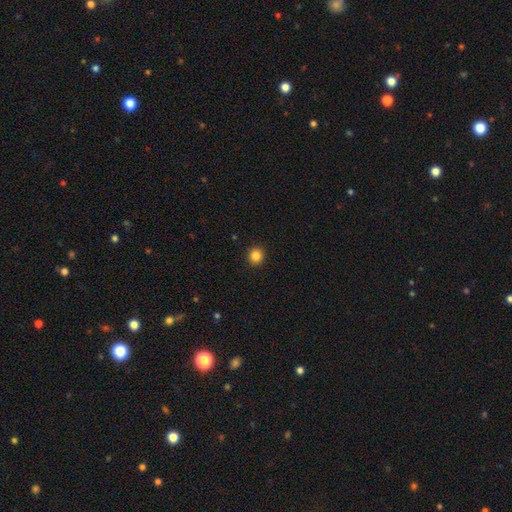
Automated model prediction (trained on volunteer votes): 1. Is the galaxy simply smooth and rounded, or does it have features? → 85% smooth, 11% star or artifact, 4% featured or disk.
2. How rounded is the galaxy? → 91% round, 8% in between, 1% cigar-shaped.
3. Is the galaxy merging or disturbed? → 93% none, 5% minor disturbance, 2% major disturbance, 1% merger.